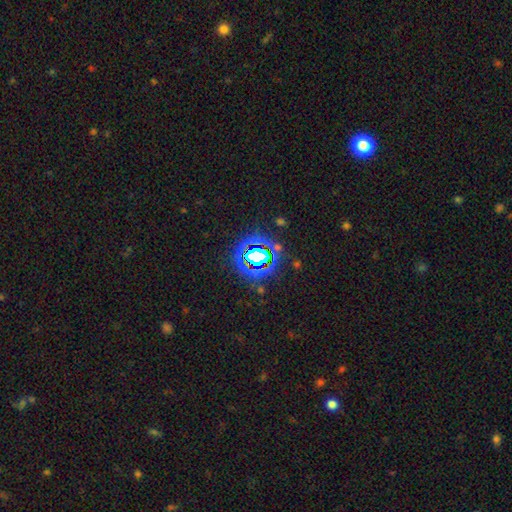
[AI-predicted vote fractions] Smooth or featured? star or artifact (71%)